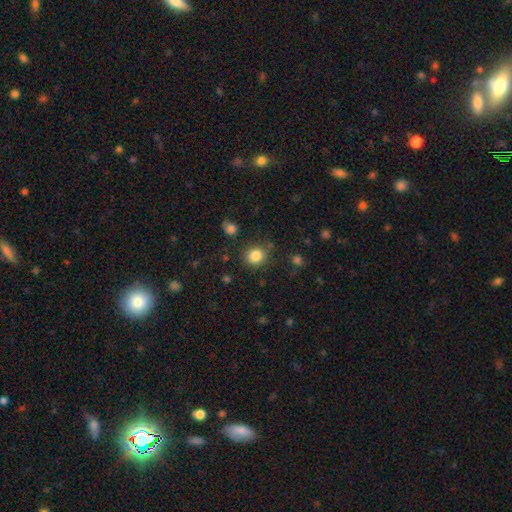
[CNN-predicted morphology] type=smooth (84%); roundness=round (79%); merging=none (84%).